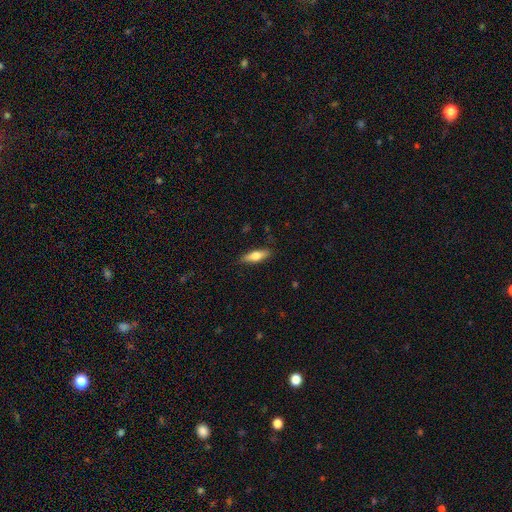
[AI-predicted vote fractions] Q: Smooth or featured?
A: smooth (65%); runner-up: featured or disk (29%)
Q: How rounded?
A: cigar-shaped (49%); tied with: in between (49%)
Q: Merging?
A: none (85%); runner-up: minor disturbance (11%)